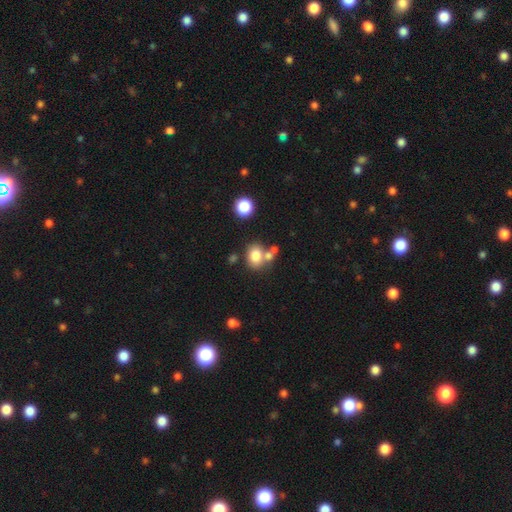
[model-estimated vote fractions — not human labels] A smooth galaxy with no disk features (78%) that is in between round and cigar-shaped (50%). Merging: none (53%).